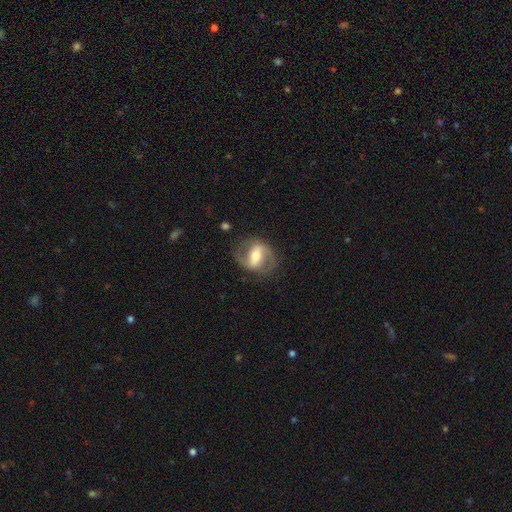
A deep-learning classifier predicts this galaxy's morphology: This appears to be a featured or disk galaxy (76%) with a strong bar (53%), 2 (88%) medium (46%) spiral arms (83%) and a moderate central bulge (64%). Merging: none (76%).